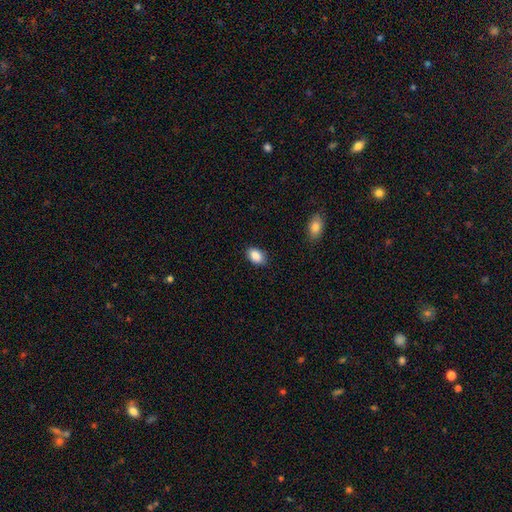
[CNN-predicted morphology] This appears to be a smooth galaxy with no disk features (89%) that is in between round and cigar-shaped (86%). Merging: none (85%).